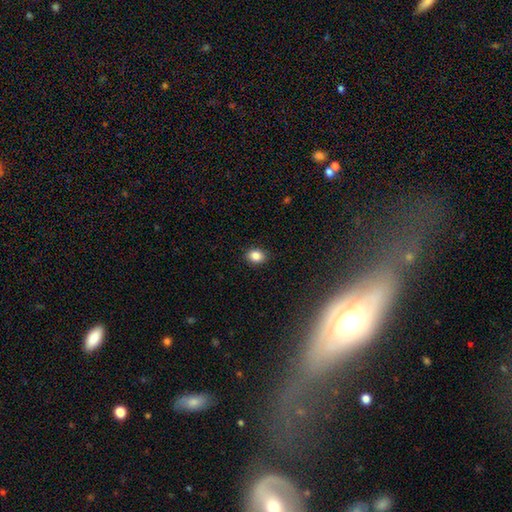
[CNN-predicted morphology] smooth-or-featured: smooth: 86% | star or artifact: 9% | featured or disk: 5%
  how-rounded: in between: 54% | round: 45% | cigar-shaped: 1%
  merging: none: 88% | minor disturbance: 8% | major disturbance: 2% | merger: 1%